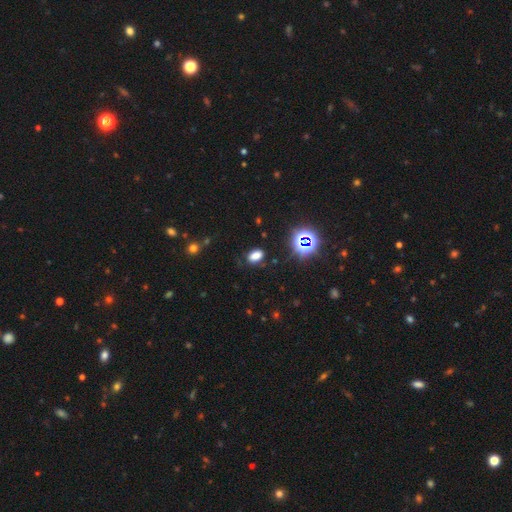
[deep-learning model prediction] Smooth or featured? Predicted: smooth (p=0.73). How rounded? Predicted: in between (p=0.86). Merging? Predicted: none (p=0.81).